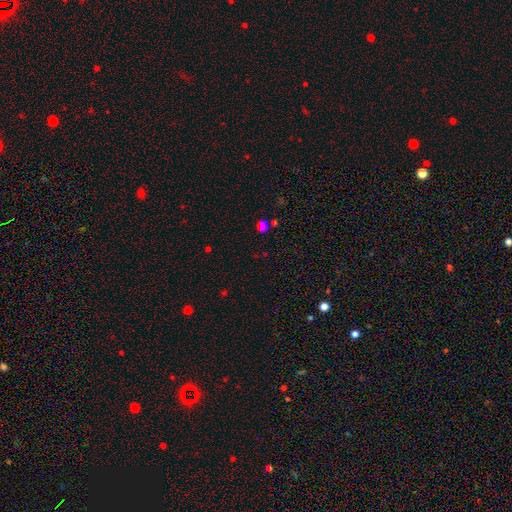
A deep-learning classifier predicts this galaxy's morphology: Smooth or featured: star or artifact — 59% (smooth — 34%)